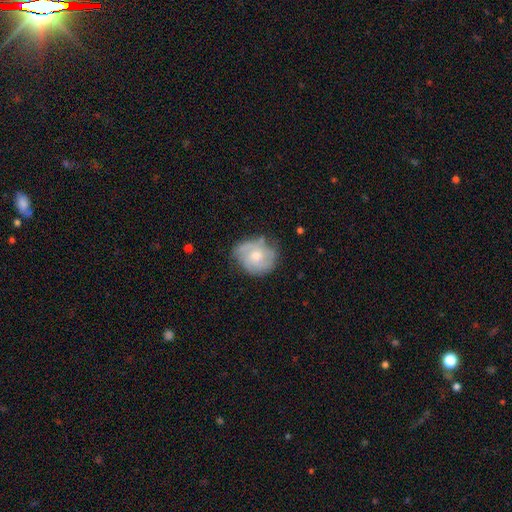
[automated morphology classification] Smooth or featured? Predicted: featured or disk (p=0.55). Edge-on disk? Predicted: no (p=0.97). Bar? Predicted: no (p=0.74). Spiral arms? Predicted: yes (p=0.73). Bulge size? Predicted: moderate (p=0.58). Merging? Predicted: none (p=0.60).